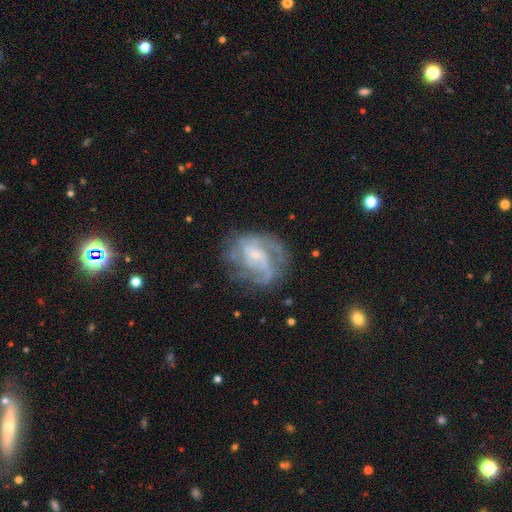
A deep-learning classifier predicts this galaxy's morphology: Smooth or featured? Predicted: featured or disk (p=0.78). Edge-on disk? Predicted: no (p=0.98). Bar? Predicted: no (p=0.46). Spiral arms? Predicted: yes (p=0.86). Spiral winding? Predicted: medium (p=0.43). Spiral arm count? Predicted: 2 (p=0.32). Bulge size? Predicted: small (p=0.51). Merging? Predicted: none (p=0.56).